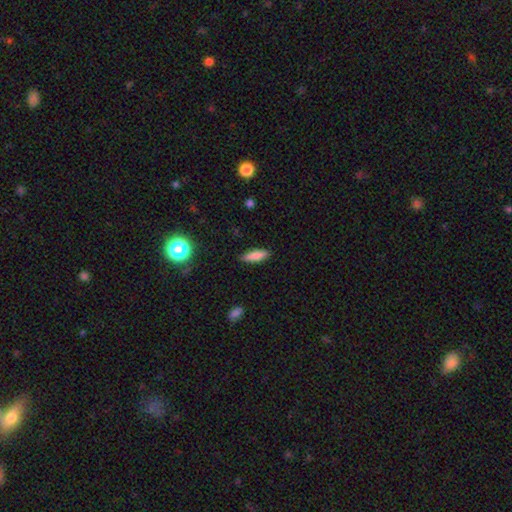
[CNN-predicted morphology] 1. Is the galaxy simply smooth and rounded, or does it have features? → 80% smooth, 12% featured or disk, 8% star or artifact.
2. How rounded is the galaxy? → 53% cigar-shaped, 45% in between, 2% round.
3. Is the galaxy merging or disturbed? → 85% none, 12% minor disturbance, 2% major disturbance, 1% merger.